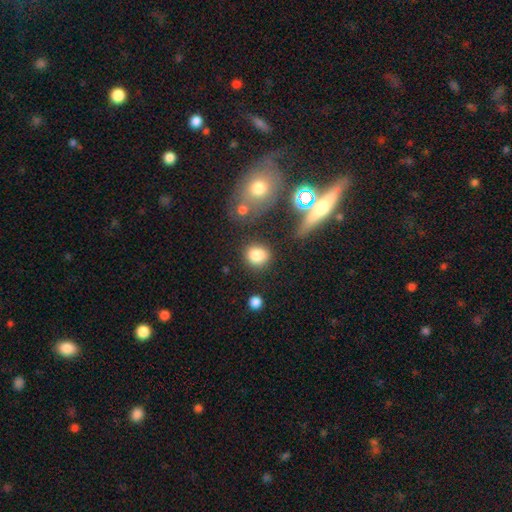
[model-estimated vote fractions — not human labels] Q: Smooth or featured?
A: smooth (83%); runner-up: star or artifact (10%)
Q: How rounded?
A: round (70%); runner-up: in between (28%)
Q: Merging?
A: none (76%); runner-up: minor disturbance (12%)